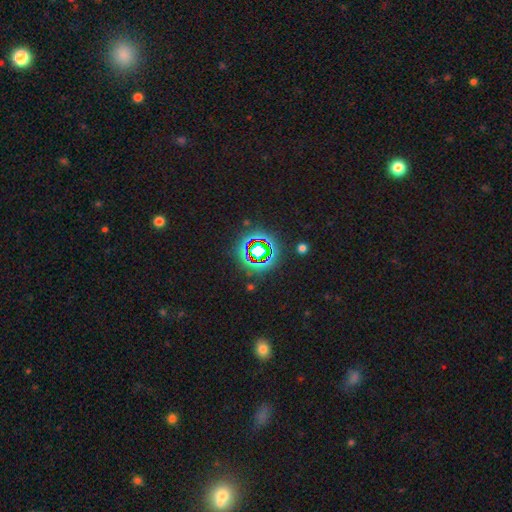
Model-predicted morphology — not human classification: star or artifact 72%, smooth 16%, featured or disk 11%.